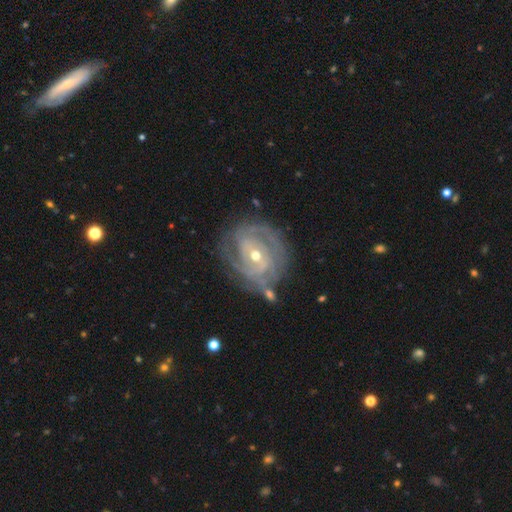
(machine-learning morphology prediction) featured or disk 88%, smooth 7%, star or artifact 5%. Down the decision tree: edge-on disk — no (97%); bar — no (47%); spiral arms — yes (94%); spiral arm count — 2 (33%); spiral winding — tight (70%); bulge size — moderate (56%); merging — none (68%).